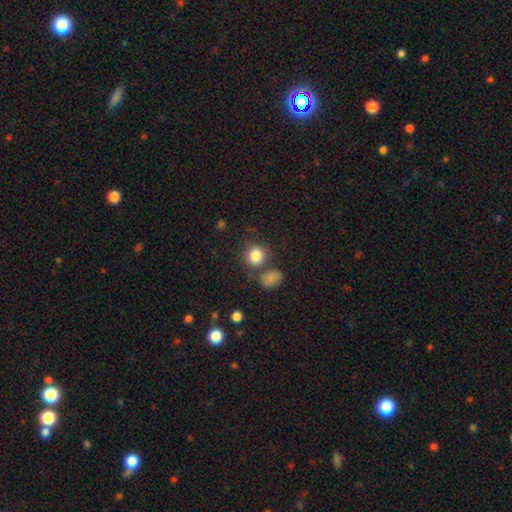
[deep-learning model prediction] Smooth or featured?
  - smooth: 84% *
  - star or artifact: 10%
  - featured or disk: 6%
How rounded?
  - round: 84% *
  - in between: 15%
  - cigar-shaped: 1%
Merging?
  - none: 67% *
  - merger: 15%
  - minor disturbance: 12%
  - major disturbance: 5%